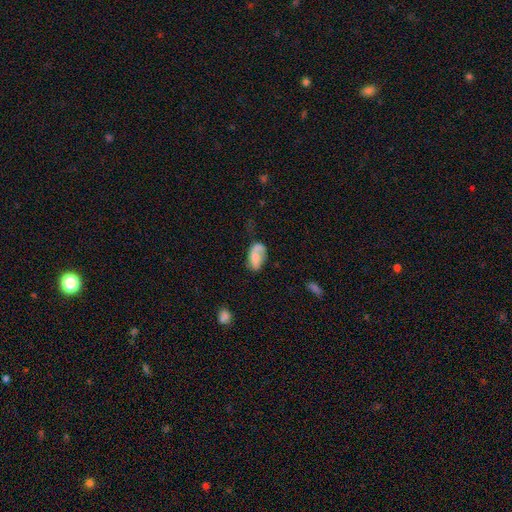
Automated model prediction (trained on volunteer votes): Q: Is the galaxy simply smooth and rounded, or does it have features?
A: smooth — 52%.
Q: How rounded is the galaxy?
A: in between — 91%.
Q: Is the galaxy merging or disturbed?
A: none — 47%.